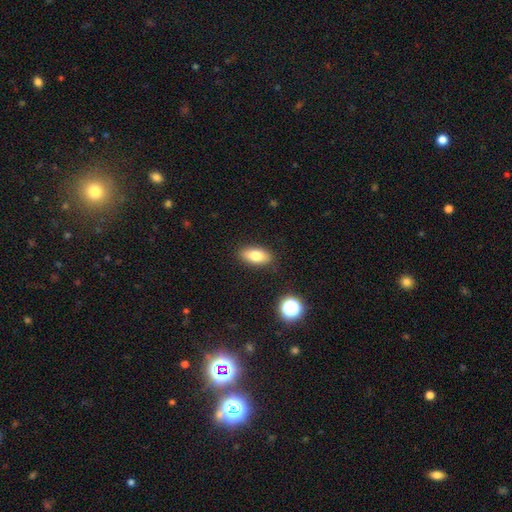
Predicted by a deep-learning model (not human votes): smooth 78%, featured or disk 13%, star or artifact 9%. Down the decision tree: how rounded — in between (85%); merging — none (87%).